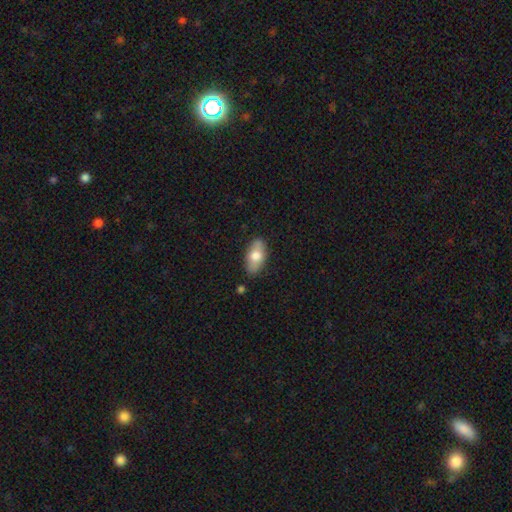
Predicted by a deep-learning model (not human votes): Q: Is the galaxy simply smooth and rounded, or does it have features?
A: smooth — 69%.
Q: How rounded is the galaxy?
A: in between — 91%.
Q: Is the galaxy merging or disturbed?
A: none — 79%.